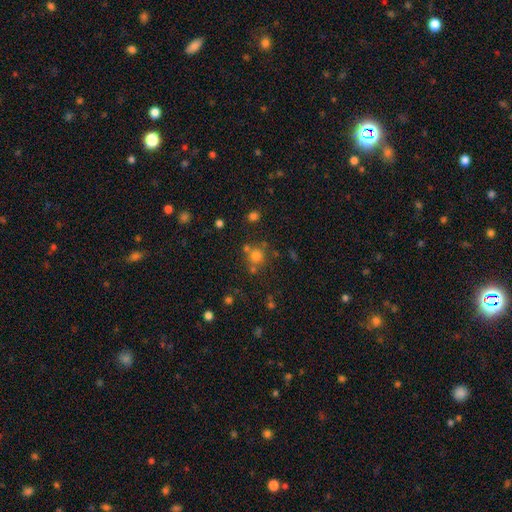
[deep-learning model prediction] Smooth or featured? smooth (69%)
How rounded? round (89%)
Merging? none (66%)